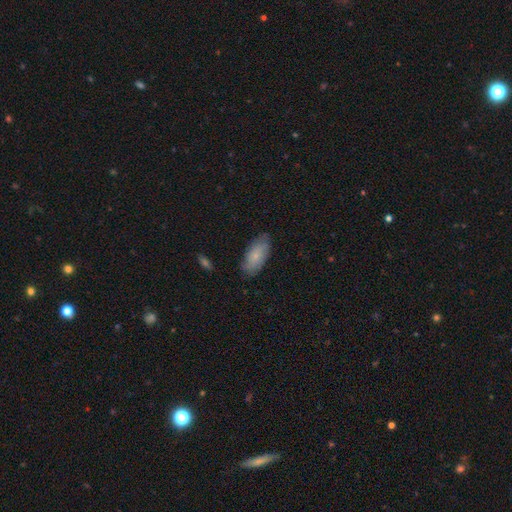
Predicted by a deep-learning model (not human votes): The model was most divided on "smooth or featured": smooth: 72%, featured or disk: 22%, star or artifact: 6%. More confident: how rounded — in between (88%); merging — none (78%).